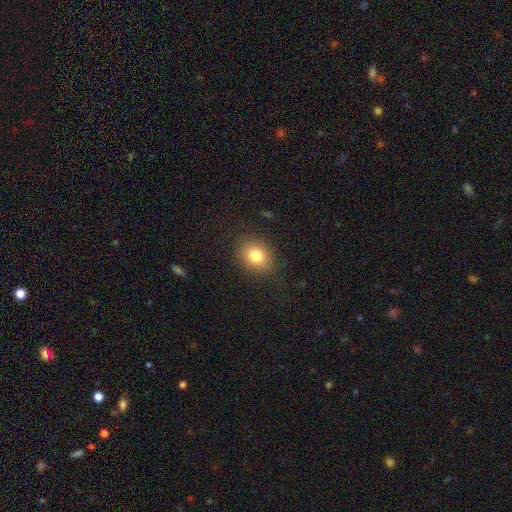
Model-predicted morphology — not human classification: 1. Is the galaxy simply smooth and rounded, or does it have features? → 81% smooth, 11% star or artifact, 8% featured or disk.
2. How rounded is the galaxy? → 52% round, 47% in between, 1% cigar-shaped.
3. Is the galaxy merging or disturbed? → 86% none, 9% minor disturbance, 3% major disturbance, 1% merger.